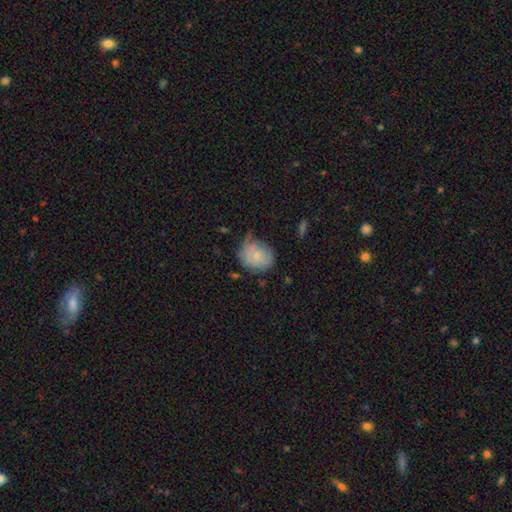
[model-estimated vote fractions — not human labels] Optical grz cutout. It shows a smooth galaxy with no disk features (67%) that is round (61%). Merging: none (48%).